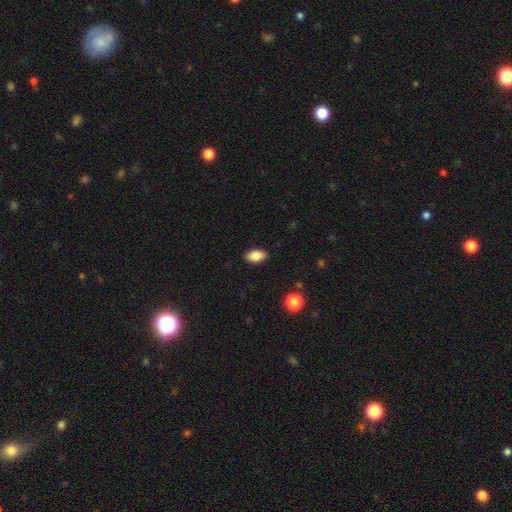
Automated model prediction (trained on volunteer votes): Smooth or featured? Predicted: smooth (p=0.86). How rounded? Predicted: in between (p=0.92). Merging? Predicted: none (p=0.89).